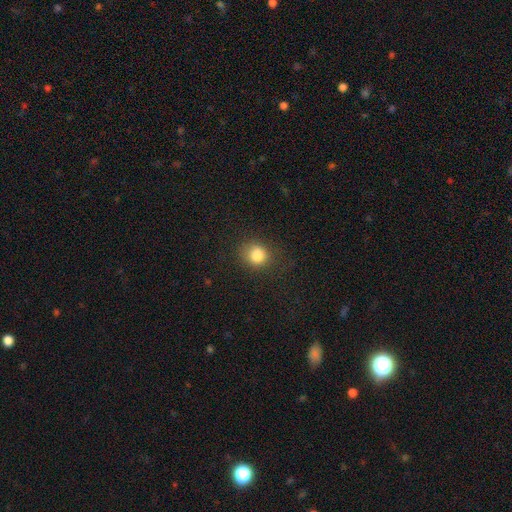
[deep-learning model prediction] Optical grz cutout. It shows a smooth galaxy with no disk features (83%) that is round (76%). Merging: none (80%).